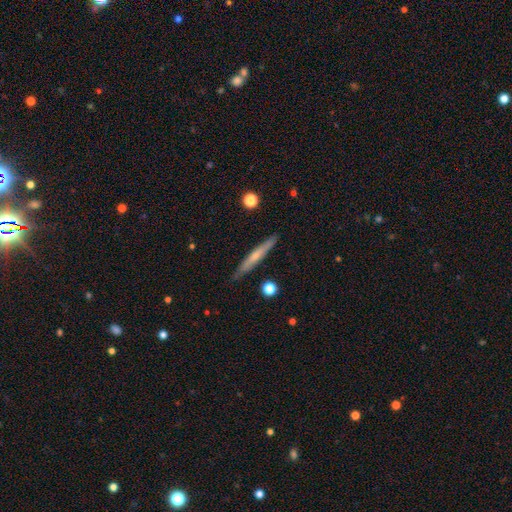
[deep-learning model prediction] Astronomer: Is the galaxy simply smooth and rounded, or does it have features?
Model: featured or disk — 47%, tied with smooth at 47%.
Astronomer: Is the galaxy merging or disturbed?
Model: none — 88%.